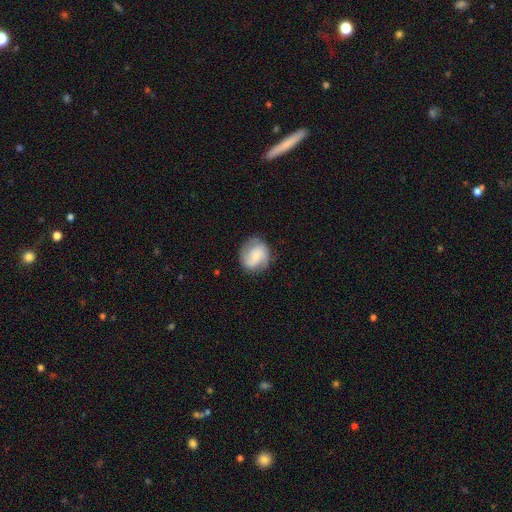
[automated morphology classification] type=featured or disk (57%); edge-on=no (98%); bar=no (51%); spiral arms=yes (92%); winding=medium (44%); arm count=2 (73%); bulge=small (56%); merging=none (78%).